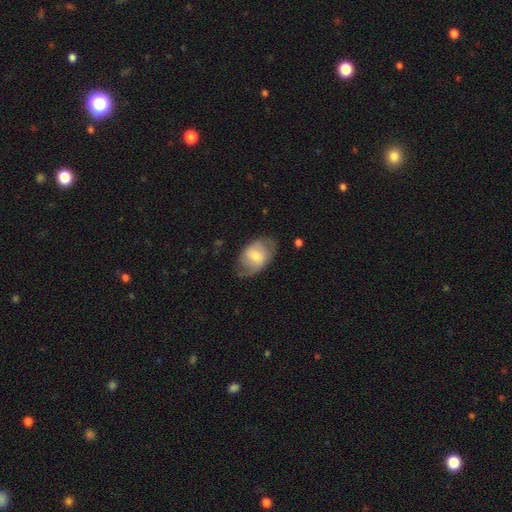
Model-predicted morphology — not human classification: smooth_or_featured: smooth (p=0.50) [alt: featured or disk p=0.43]
how_rounded: in between (p=0.83) [alt: round p=0.16]
merging: none (p=0.59) [alt: minor disturbance p=0.28]